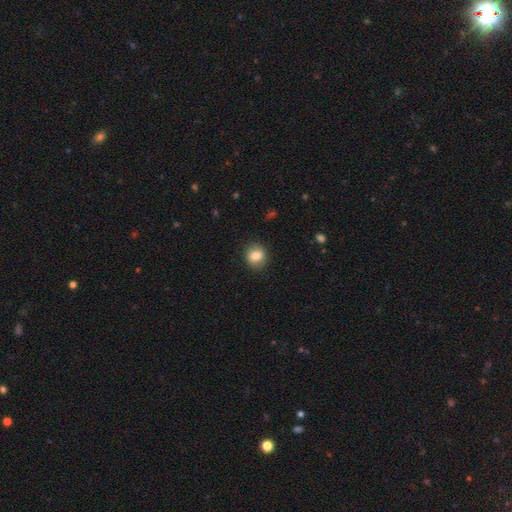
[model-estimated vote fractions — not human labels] Smooth or featured? Predicted: smooth (p=0.83). How rounded? Predicted: round (p=0.75). Merging? Predicted: none (p=0.88).